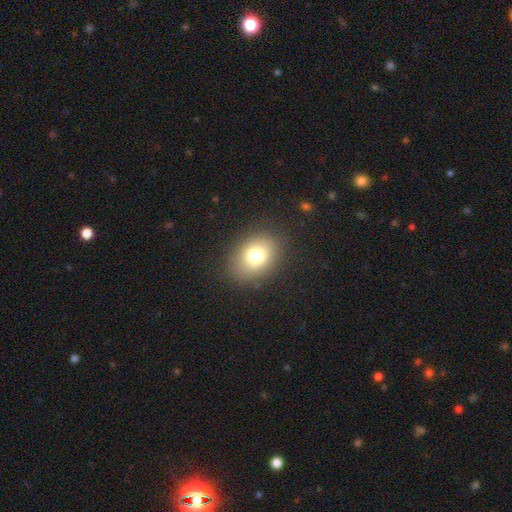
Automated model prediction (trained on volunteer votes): A smooth galaxy with no disk features (76%) that is in between round and cigar-shaped (63%).

Vote fractions:
- Smooth or featured? smooth: 76% / featured or disk: 12% / star or artifact: 12%
- How rounded? in between: 63% / round: 36% / cigar-shaped: 1%
- Merging? none: 84% / minor disturbance: 10% / major disturbance: 4% / merger: 1%